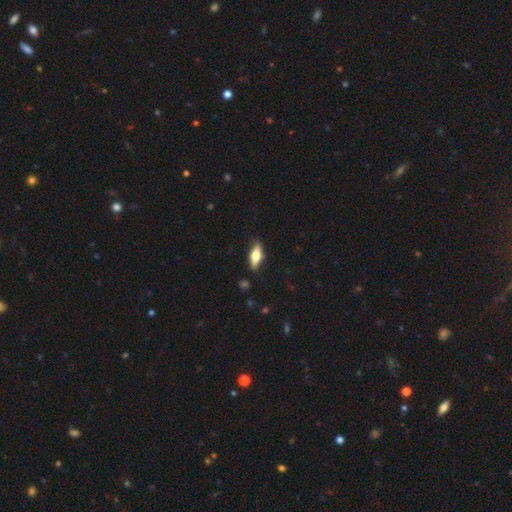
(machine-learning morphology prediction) Smooth or featured: smooth — 52% (featured or disk — 41%)
How rounded: in between — 56% (cigar-shaped — 40%)
Merging: none — 84% (minor disturbance — 12%)